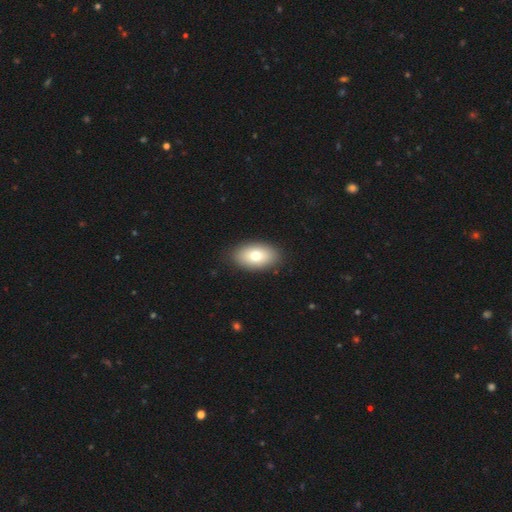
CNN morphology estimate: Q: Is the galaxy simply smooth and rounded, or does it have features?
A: smooth — 75%.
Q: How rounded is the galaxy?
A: in between — 92%.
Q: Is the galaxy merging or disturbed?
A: none — 88%.